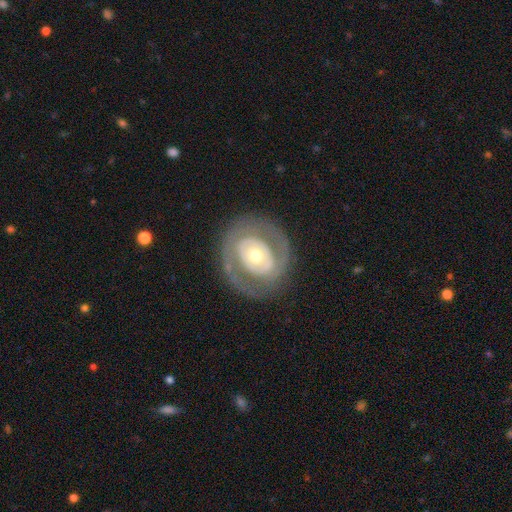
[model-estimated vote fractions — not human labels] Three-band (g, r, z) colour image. It shows a featured or disk galaxy (71%) with no bar (72%), no spiral arms (62%) and a moderate central bulge (61%). Merging: none (78%).